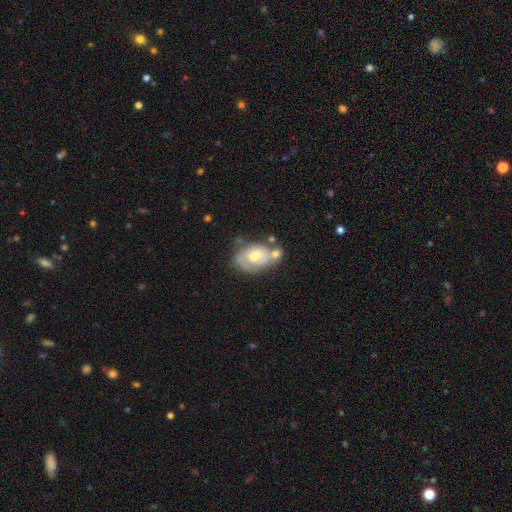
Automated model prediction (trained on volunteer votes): Morphology: type=featured or disk (57%); edge-on=no (96%); bar=no (62%); spiral arms=yes (61%); bulge=moderate (60%); merging=none (36%).